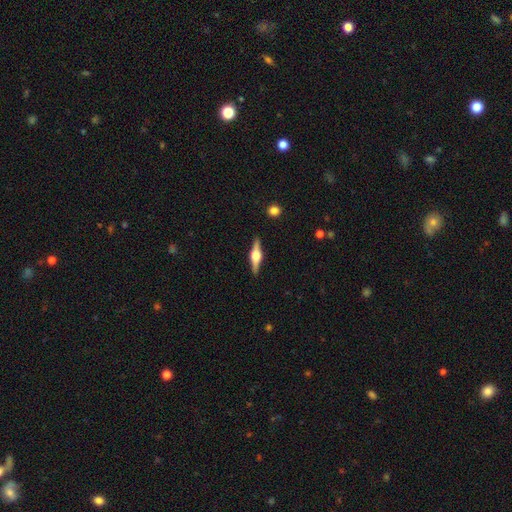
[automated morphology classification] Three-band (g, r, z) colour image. It shows a featured or disk galaxy (77%) viewed edge-on (98%) with a rounded central bulge (92%). Merging: none (90%).